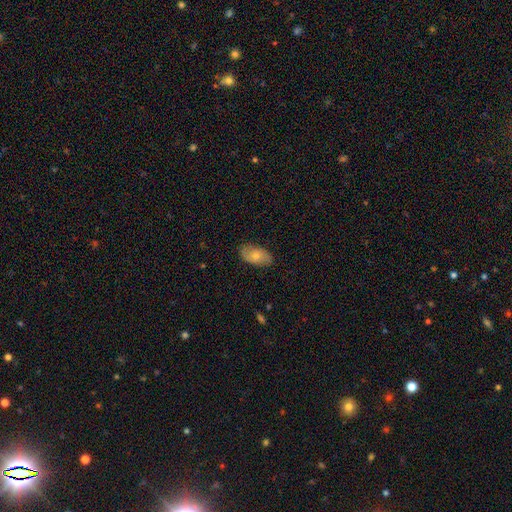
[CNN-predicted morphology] smooth 59%, featured or disk 35%, star or artifact 7%. Down the decision tree: how rounded — in between (93%); merging — none (82%).